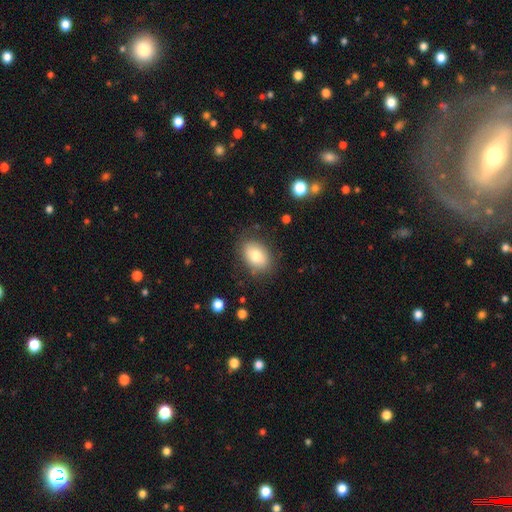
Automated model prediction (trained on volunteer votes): Smooth or featured?
  - smooth: 77% *
  - featured or disk: 15%
  - star or artifact: 8%
How rounded?
  - in between: 78% *
  - round: 21%
  - cigar-shaped: 1%
Merging?
  - none: 80% *
  - minor disturbance: 14%
  - major disturbance: 4%
  - merger: 2%